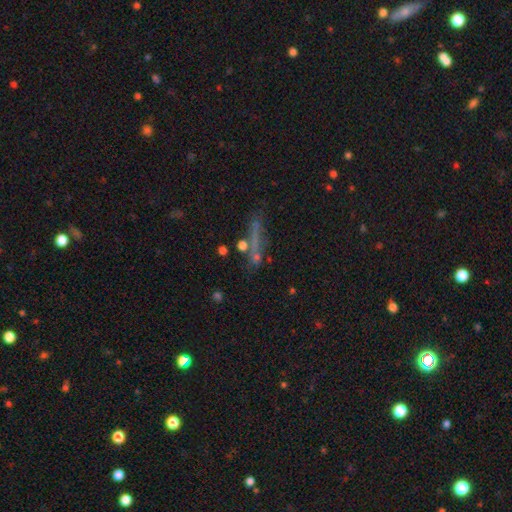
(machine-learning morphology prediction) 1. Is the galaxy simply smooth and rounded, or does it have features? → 41% smooth, 34% featured or disk, 25% star or artifact.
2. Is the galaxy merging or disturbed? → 63% none, 16% minor disturbance, 11% merger, 10% major disturbance.